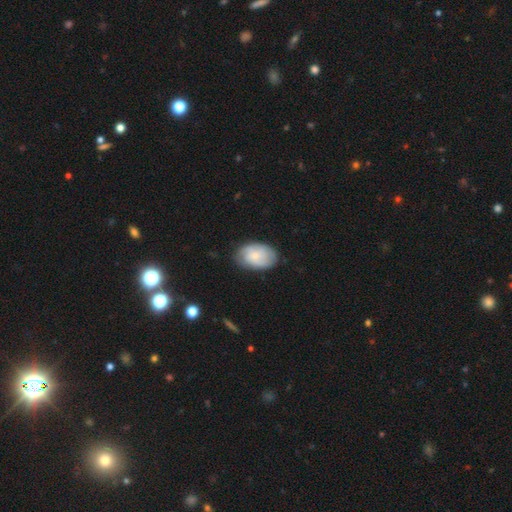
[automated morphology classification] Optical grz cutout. It shows a smooth galaxy with no disk features (66%) that is in between round and cigar-shaped (88%). Merging: none (76%).